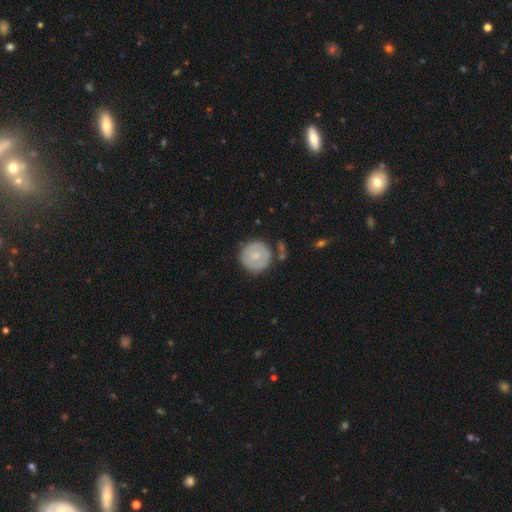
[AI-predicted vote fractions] This is likely a smooth galaxy (70%). How rounded: clearly round (95%). Merging: likely none (80%).